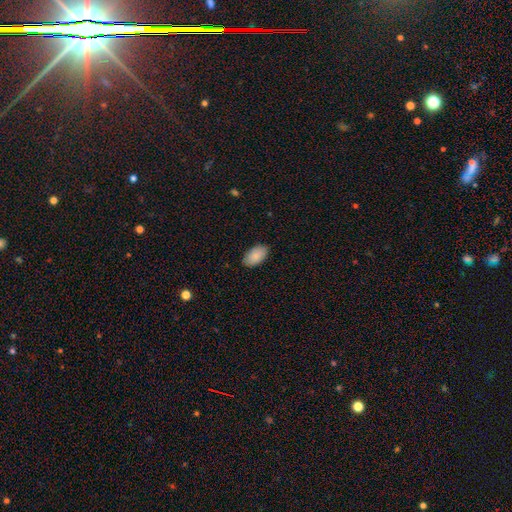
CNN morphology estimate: Smooth or featured? Predicted: smooth (p=0.88). How rounded? Predicted: in between (p=0.95). Merging? Predicted: none (p=0.88).